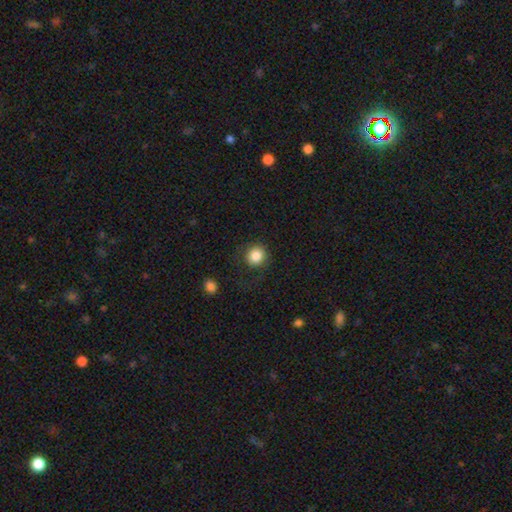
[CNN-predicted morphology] Overall: smooth (85%). How rounded: round (89%). Merging: none (80%).